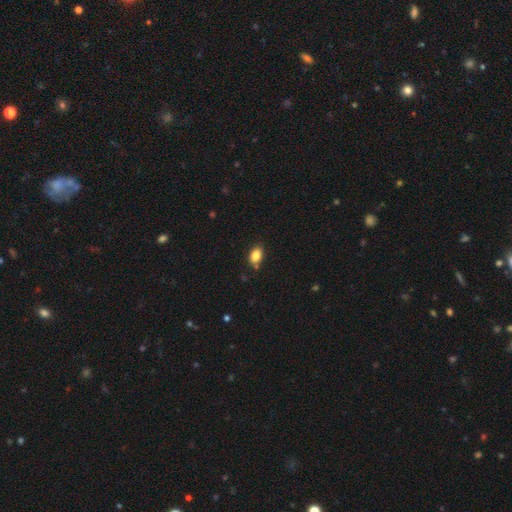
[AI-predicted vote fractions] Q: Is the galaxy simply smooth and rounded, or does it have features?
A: smooth — 86%.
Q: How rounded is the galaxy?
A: in between — 86%.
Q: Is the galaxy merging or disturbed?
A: none — 80%.